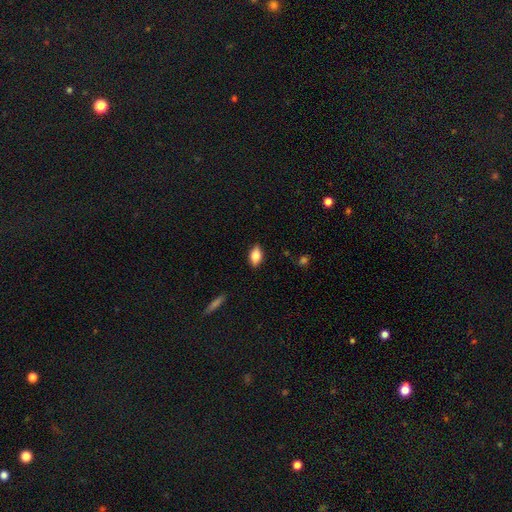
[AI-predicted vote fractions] Overall: smooth (76%). How rounded: in between (86%). Merging: none (86%).